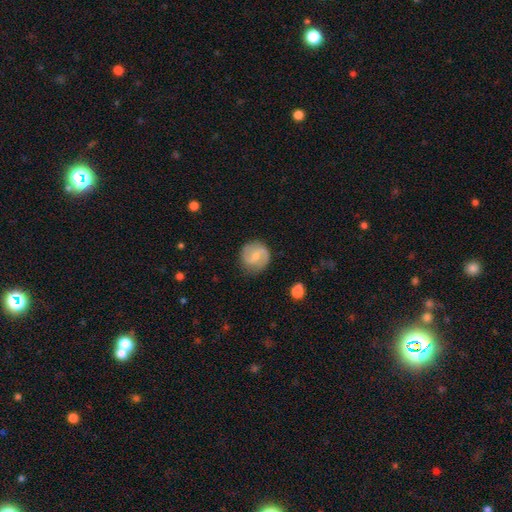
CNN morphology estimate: Smooth or featured? Predicted: featured or disk (p=0.65). Edge-on disk? Predicted: no (p=0.98). Bar? Predicted: weak (p=0.55). Spiral arms? Predicted: yes (p=0.90). Spiral winding? Predicted: medium (p=0.48). Spiral arm count? Predicted: 2 (p=0.88). Bulge size? Predicted: small (p=0.50). Merging? Predicted: none (p=0.82).